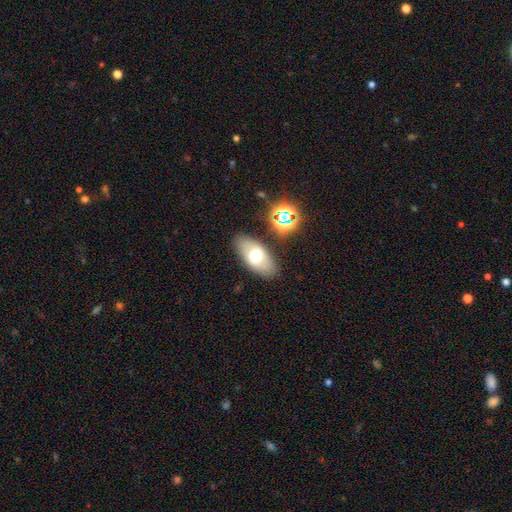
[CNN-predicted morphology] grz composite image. It shows a smooth galaxy with no disk features (62%) that is in between round and cigar-shaped (91%). Merging: none (84%).